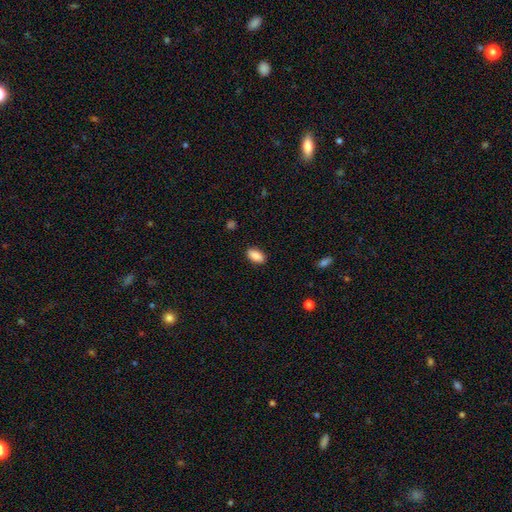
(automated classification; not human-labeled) This appears to be a smooth galaxy with no disk features (89%) that is in between round and cigar-shaped (91%). Merging: none (88%).